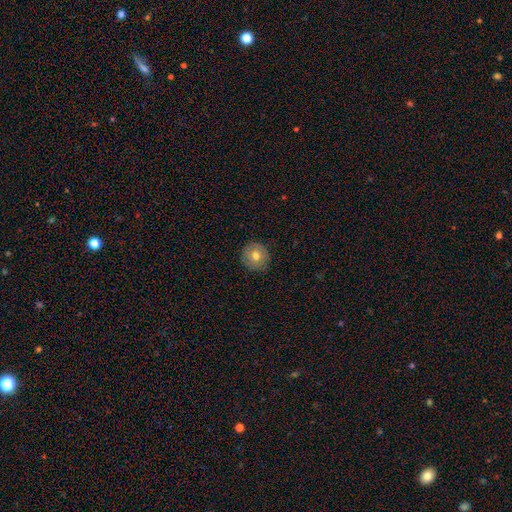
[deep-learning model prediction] Smooth or featured: smooth — 72% (featured or disk — 19%)
How rounded: round — 94% (in between — 5%)
Merging: none — 89% (minor disturbance — 8%)